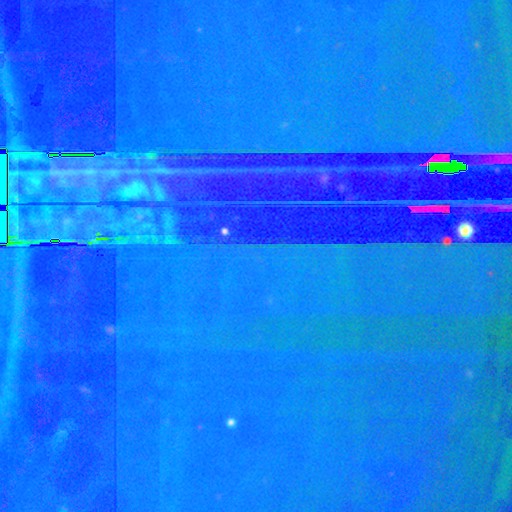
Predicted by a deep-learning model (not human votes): Morphology: type=star or artifact (88%).